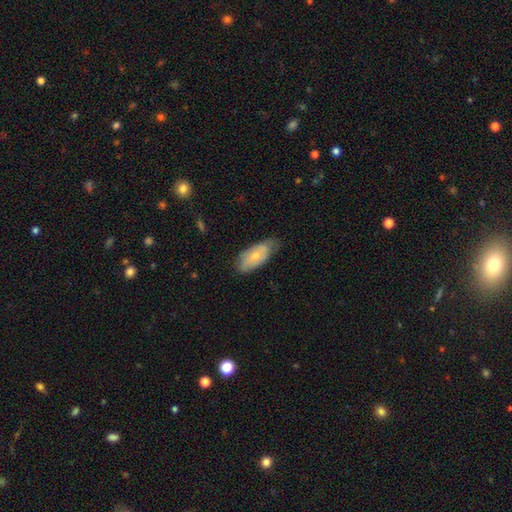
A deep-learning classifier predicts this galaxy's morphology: Q: Smooth or featured?
A: smooth (65%); runner-up: featured or disk (29%)
Q: How rounded?
A: in between (89%); runner-up: cigar-shaped (9%)
Q: Merging?
A: none (60%); runner-up: minor disturbance (32%)